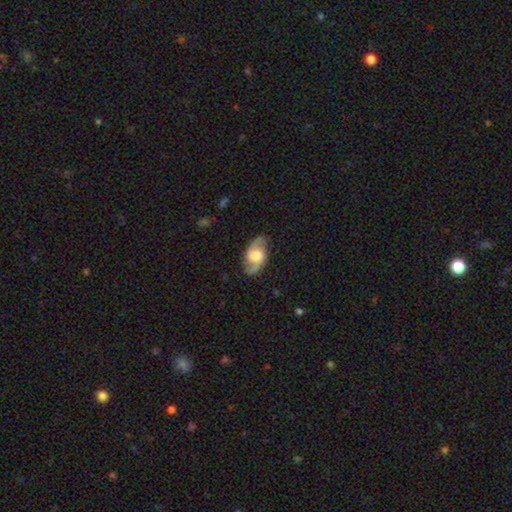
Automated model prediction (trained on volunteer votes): Morphology: type=featured or disk (79%); edge-on=no (96%); bar=no (53%); spiral arms=yes (94%); winding=medium (51%); arm count=2 (92%); bulge=large (40%); merging=none (80%).